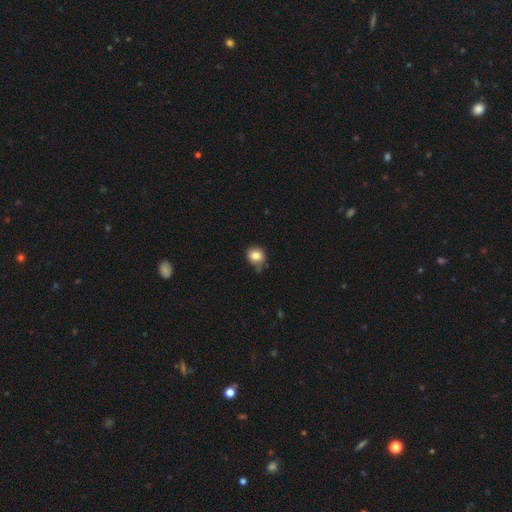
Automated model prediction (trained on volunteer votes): smooth-or-featured: smooth: 83% | star or artifact: 10% | featured or disk: 7%
  how-rounded: round: 80% | in between: 19% | cigar-shaped: 1%
  merging: none: 69% | minor disturbance: 23% | major disturbance: 4% | merger: 4%